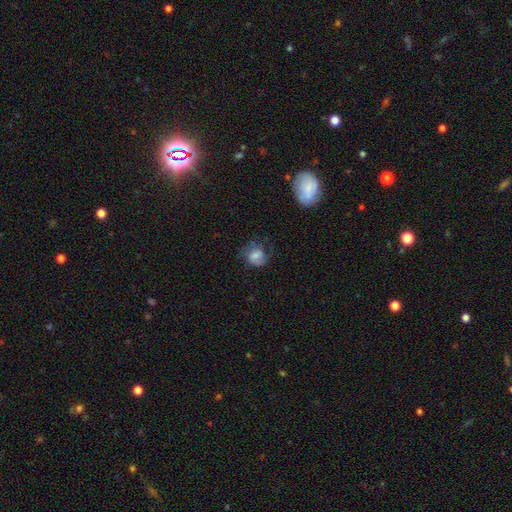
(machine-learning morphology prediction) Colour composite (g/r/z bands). It shows a smooth galaxy with no disk features (62%) that is round (68%). Merging: none (53%).